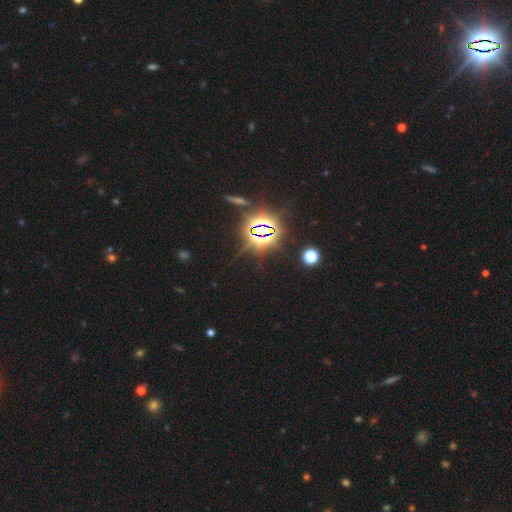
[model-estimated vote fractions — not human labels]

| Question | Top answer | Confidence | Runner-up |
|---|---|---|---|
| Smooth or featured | star or artifact | 82% | smooth (12%) |